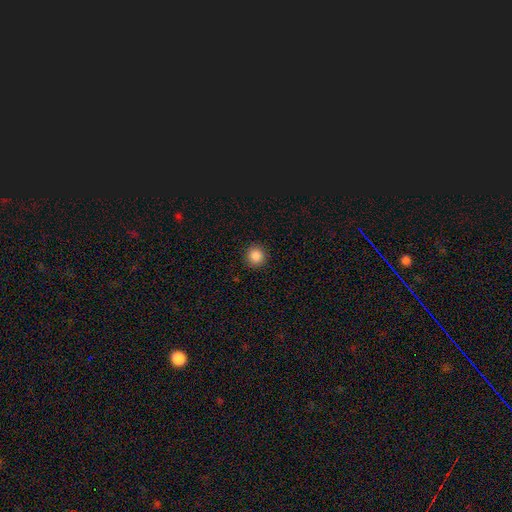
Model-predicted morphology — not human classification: Smooth or featured? smooth (87%)
How rounded? round (93%)
Merging? none (92%)